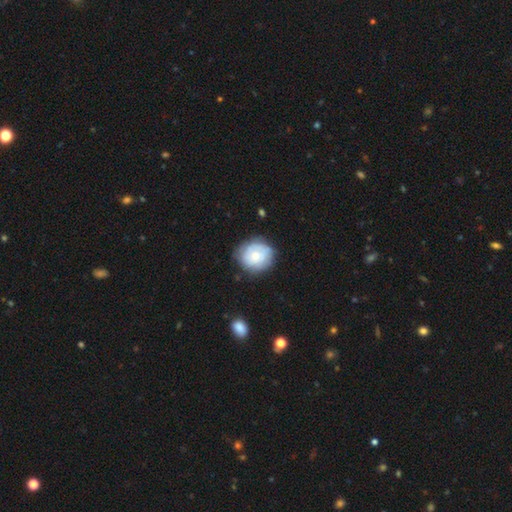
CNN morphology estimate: smooth_or_featured: smooth (p=0.55) [alt: featured or disk p=0.38]
how_rounded: round (p=0.81) [alt: in between p=0.18]
merging: none (p=0.72) [alt: minor disturbance p=0.20]